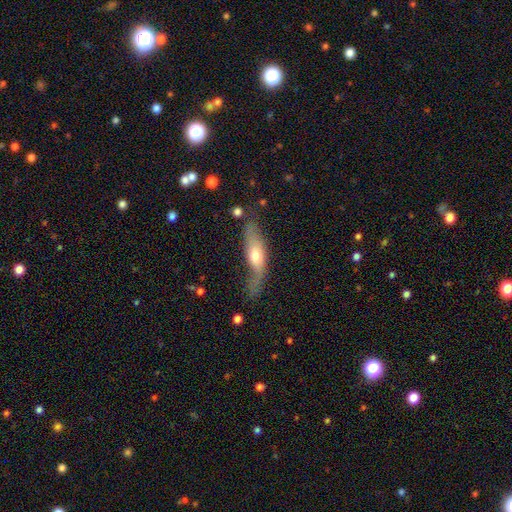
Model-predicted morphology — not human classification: Smooth or featured? Predicted: smooth (p=0.49). Merging? Predicted: none (p=0.48).